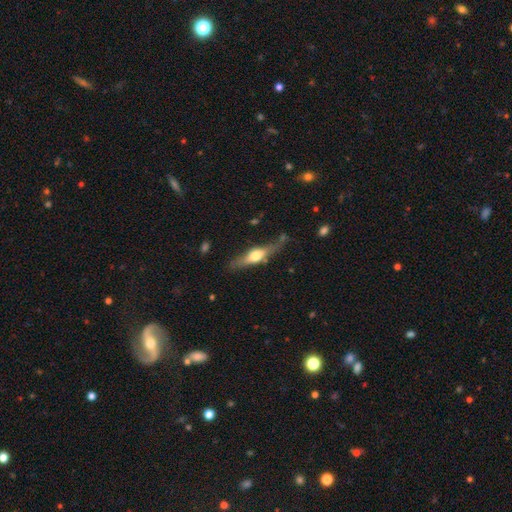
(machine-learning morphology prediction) smooth_or_featured: featured or disk (p=0.62) [alt: smooth p=0.33]
disk_edge_on: yes (p=0.92) [alt: no p=0.08]
edge_on_bulge: rounded (p=0.91) [alt: boxy p=0.06]
merging: none (p=0.70) [alt: minor disturbance p=0.20]